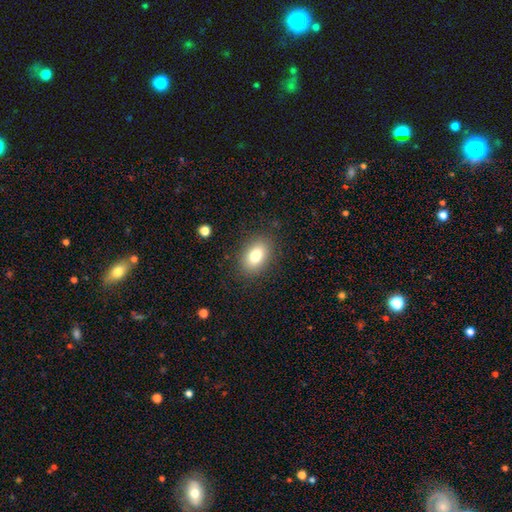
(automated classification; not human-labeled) Smooth or featured: smooth — 79% (featured or disk — 12%)
How rounded: in between — 82% (round — 17%)
Merging: none — 86% (minor disturbance — 10%)